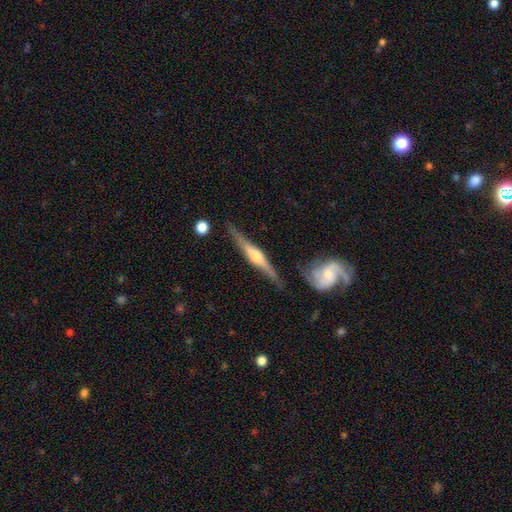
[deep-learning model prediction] A featured or disk galaxy (83%) viewed edge-on (96%) with a rounded central bulge (86%). Merging: none (80%).